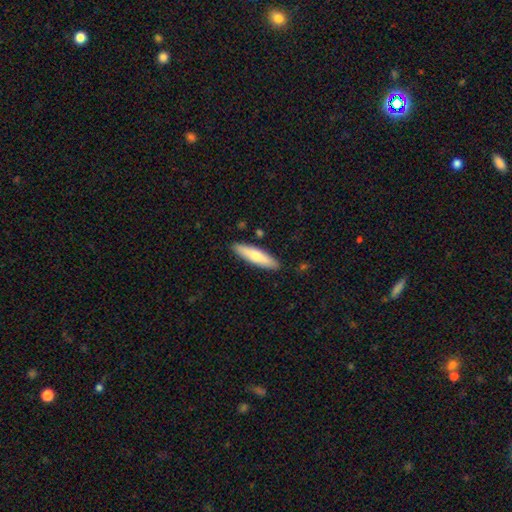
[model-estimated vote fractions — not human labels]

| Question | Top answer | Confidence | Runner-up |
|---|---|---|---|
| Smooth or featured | smooth | 64% | featured or disk (30%) |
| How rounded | cigar-shaped | 74% | in between (24%) |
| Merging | none | 89% | minor disturbance (8%) |